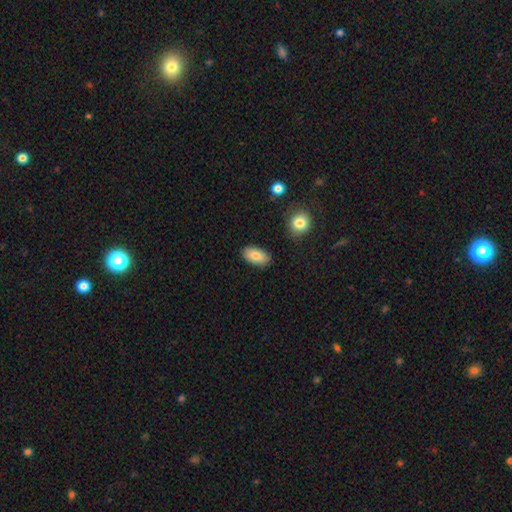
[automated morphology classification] Overall: smooth (82%). How rounded: in between (93%). Merging: none (86%).